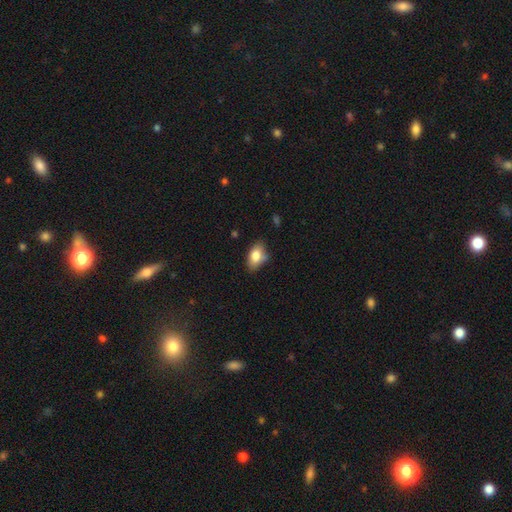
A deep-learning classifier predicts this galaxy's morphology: The model was most divided on "merging": none: 68%, minor disturbance: 24%, major disturbance: 4%, merger: 3%. More confident: how rounded — in between (87%); smooth or featured — smooth (82%).